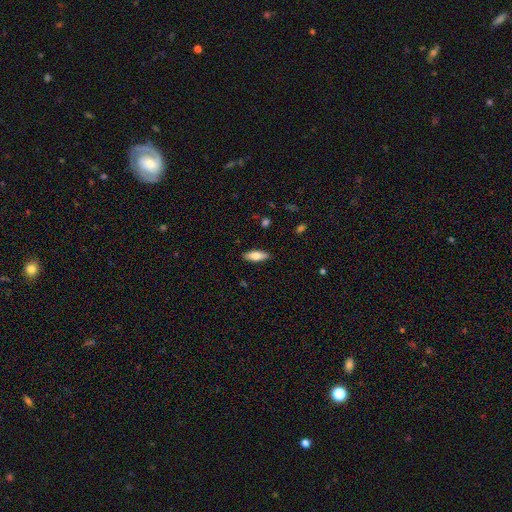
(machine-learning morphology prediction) smooth 73%, featured or disk 21%, star or artifact 6%. Down the decision tree: how rounded — in between (65%); merging — none (88%).